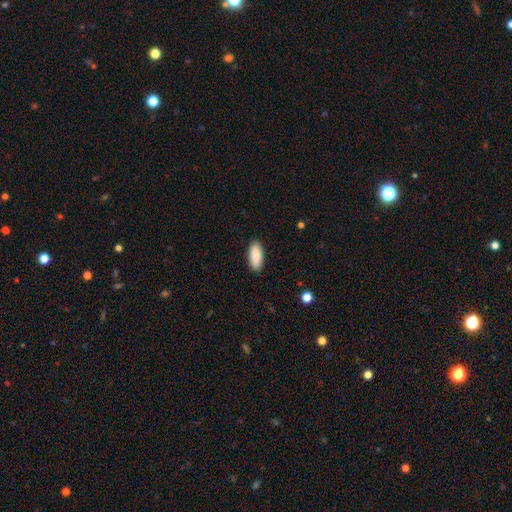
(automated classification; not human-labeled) The model was most divided on "how rounded": in between: 84%, cigar-shaped: 14%, round: 2%. More confident: merging — none (89%); smooth or featured — smooth (87%).